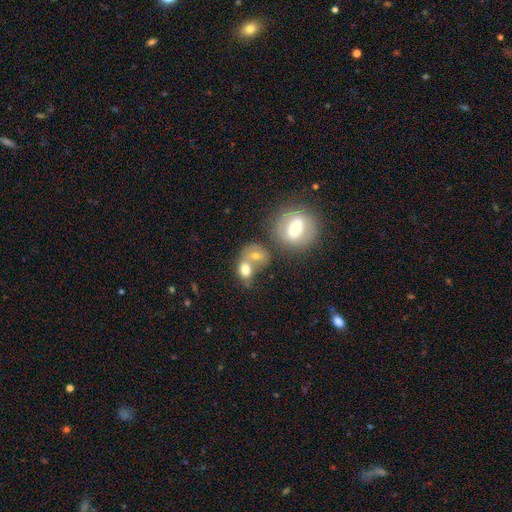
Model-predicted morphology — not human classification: Smooth or featured: smooth — 69% (featured or disk — 21%)
How rounded: round — 55% (in between — 43%)
Merging: merger — 54% (none — 30%)